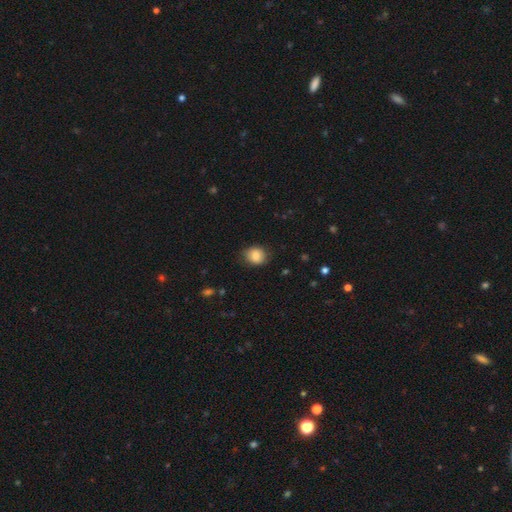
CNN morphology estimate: A smooth galaxy with no disk features (81%) that is round (69%). Merging: none (78%).